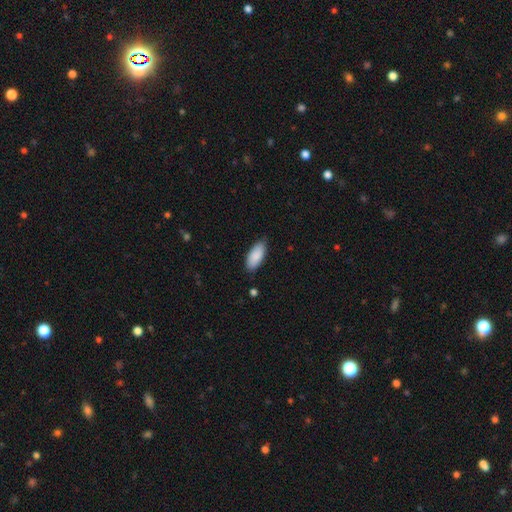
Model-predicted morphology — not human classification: This is clearly a smooth galaxy (89%). How rounded: clearly in between (88%). Merging: clearly none (82%).